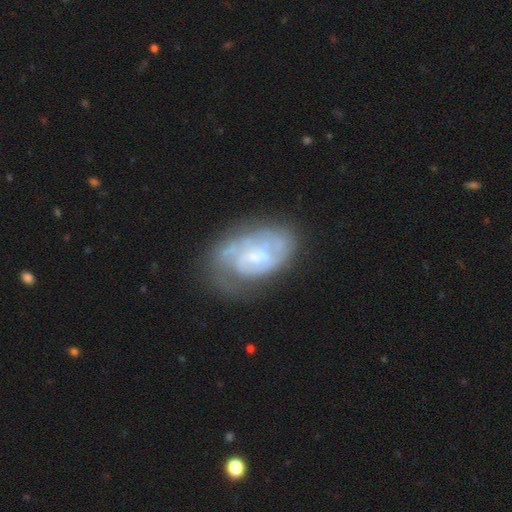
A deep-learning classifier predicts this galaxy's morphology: Smooth or featured: featured or disk — 73% (smooth — 20%)
Edge-on disk: no — 97% (yes — 3%)
Bar: no — 50% (weak — 41%)
Spiral arms: yes — 77% (no — 23%)
Spiral winding: tight — 52% (medium — 34%)
Spiral arm count: can't tell — 44% (2 — 27%)
Bulge size: small — 50% (moderate — 26%)
Merging: none — 51% (minor disturbance — 26%)